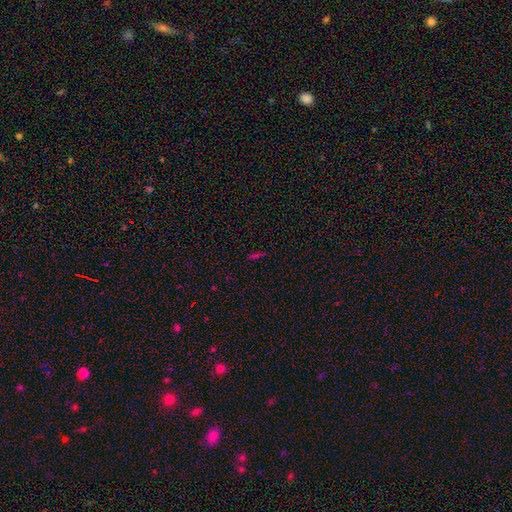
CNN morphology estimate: A star or artifact, not a galaxy (43%, tied with smooth).